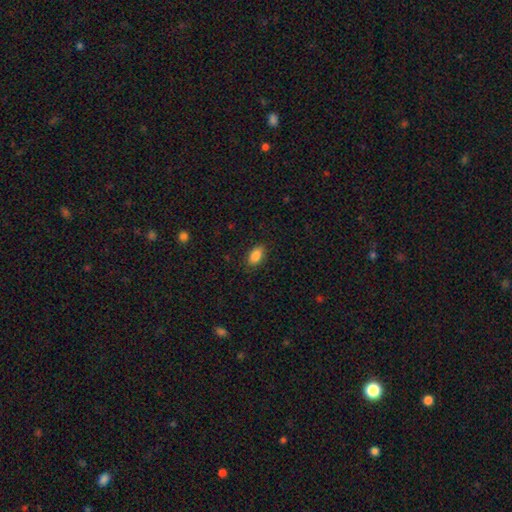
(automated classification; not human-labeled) A smooth galaxy with no disk features (88%) that is in between round and cigar-shaped (92%).

Vote fractions:
- Smooth or featured? smooth: 88% / star or artifact: 8% / featured or disk: 4%
- How rounded? in between: 92% / round: 6% / cigar-shaped: 2%
- Merging? none: 87% / minor disturbance: 10% / major disturbance: 3% / merger: 1%